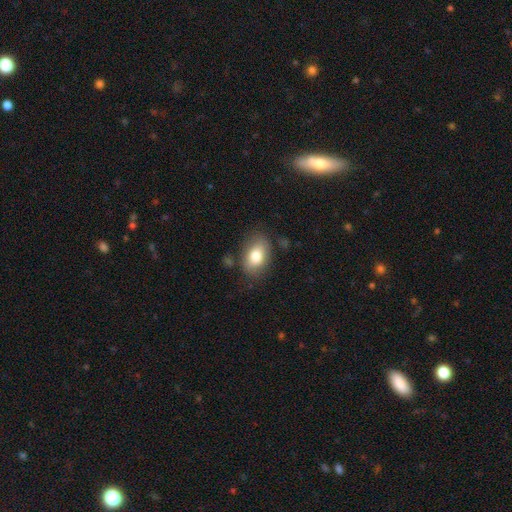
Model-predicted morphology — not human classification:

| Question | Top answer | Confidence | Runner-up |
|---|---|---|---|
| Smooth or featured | smooth | 78% | featured or disk (14%) |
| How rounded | in between | 86% | round (13%) |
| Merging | none | 76% | minor disturbance (16%) |